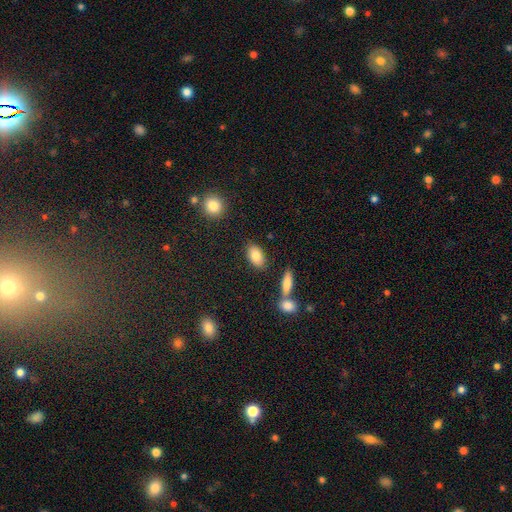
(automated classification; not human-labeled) A smooth galaxy with no disk features (82%) that is in between round and cigar-shaped (91%). Merging: none (82%).